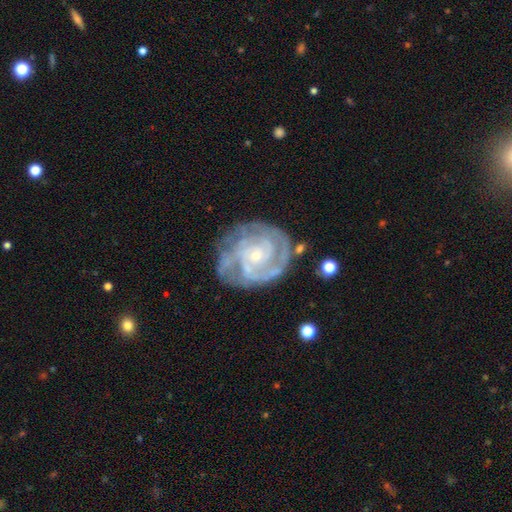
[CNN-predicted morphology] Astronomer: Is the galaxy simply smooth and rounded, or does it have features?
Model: featured or disk — 87%.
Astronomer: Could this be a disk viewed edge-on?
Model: no — 98%.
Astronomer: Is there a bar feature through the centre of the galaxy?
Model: no — 74%.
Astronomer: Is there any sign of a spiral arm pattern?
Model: yes — 95%.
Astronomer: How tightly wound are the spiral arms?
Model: tight — 70%.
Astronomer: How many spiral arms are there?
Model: can't tell — 28% (runner-up: 2, 25%).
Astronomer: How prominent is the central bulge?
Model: small — 80%.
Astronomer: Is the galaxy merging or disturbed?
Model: none — 69%.